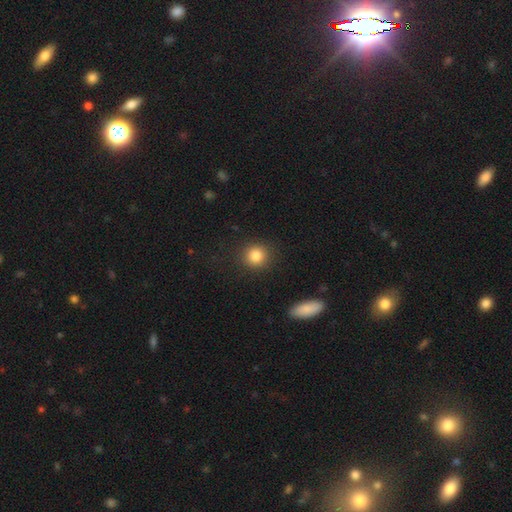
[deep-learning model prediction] Smooth or featured?
  - smooth: 85% *
  - star or artifact: 10%
  - featured or disk: 5%
How rounded?
  - round: 89% *
  - in between: 10%
  - cigar-shaped: 1%
Merging?
  - none: 89% *
  - minor disturbance: 7%
  - major disturbance: 3%
  - merger: 1%